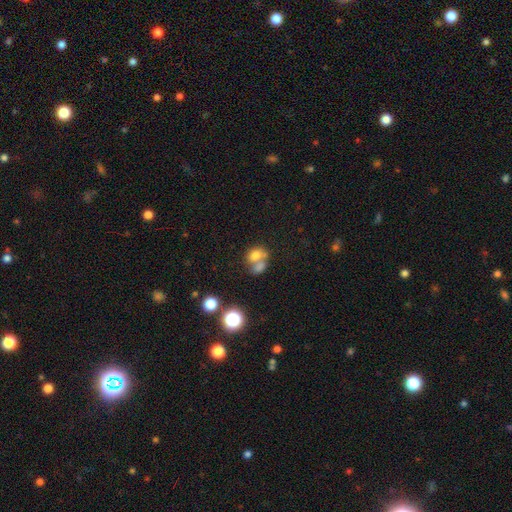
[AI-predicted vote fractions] smooth_or_featured: smooth (p=0.70) [alt: featured or disk p=0.17]
how_rounded: in between (p=0.62) [alt: round p=0.37]
merging: merger (p=0.62) [alt: none p=0.24]